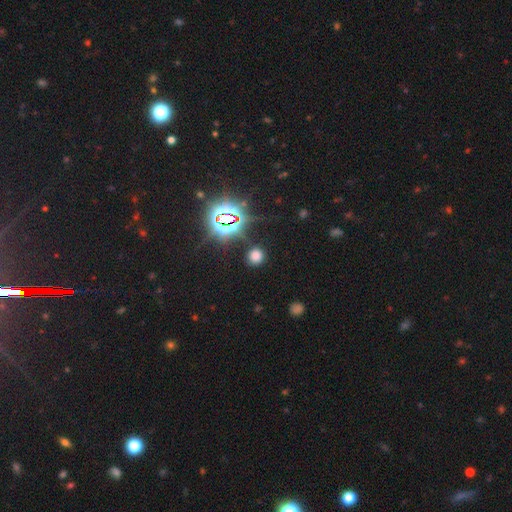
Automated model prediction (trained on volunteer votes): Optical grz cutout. It shows a smooth galaxy with no disk features (61%) that is round (86%). Merging: none (82%).